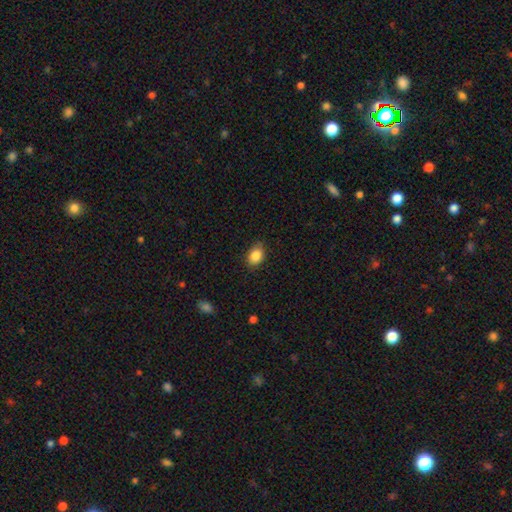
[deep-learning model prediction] A smooth galaxy with no disk features (86%) that is in between round and cigar-shaped (70%). Merging: none (82%).